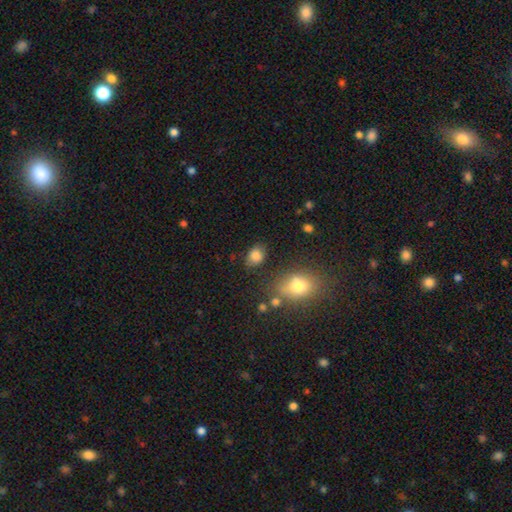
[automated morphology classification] The model was most divided on "how rounded": in between: 68%, round: 30%, cigar-shaped: 1%. More confident: smooth or featured — smooth (82%); merging — none (74%).